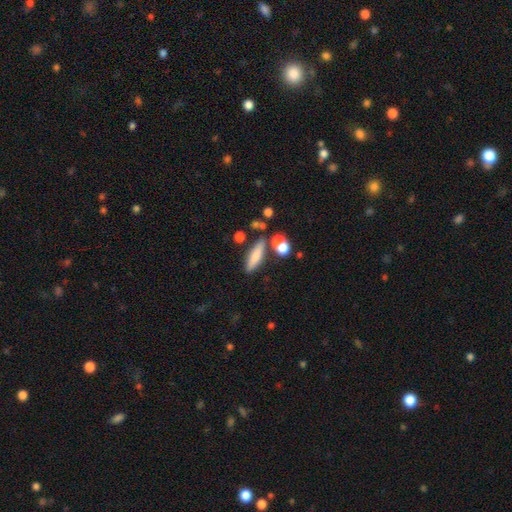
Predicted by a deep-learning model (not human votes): This appears to be a smooth galaxy with no disk features (73%) that is cigar-shaped (62%). Merging: none (67%).